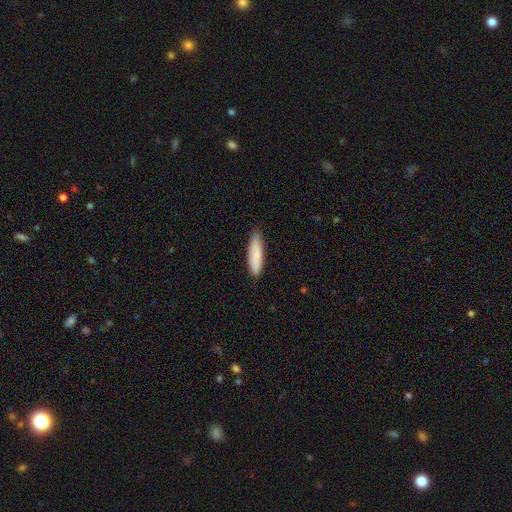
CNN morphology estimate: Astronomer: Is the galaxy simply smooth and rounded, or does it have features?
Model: smooth — 83%.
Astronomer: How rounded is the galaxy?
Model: cigar-shaped — 74%.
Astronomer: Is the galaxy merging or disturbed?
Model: none — 84%.